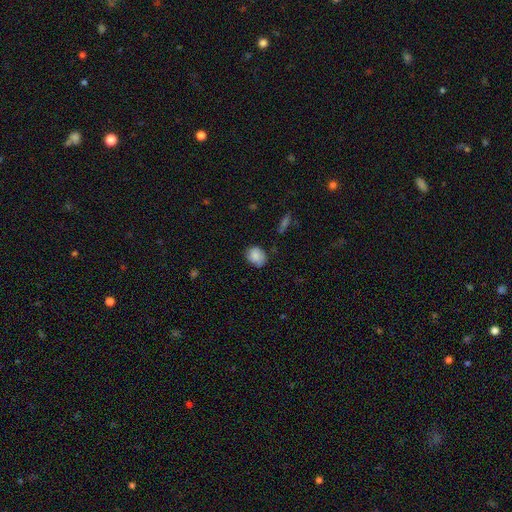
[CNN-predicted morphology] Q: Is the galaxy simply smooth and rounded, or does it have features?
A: smooth — 84%.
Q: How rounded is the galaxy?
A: in between — 50%.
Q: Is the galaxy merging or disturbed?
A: none — 72%.